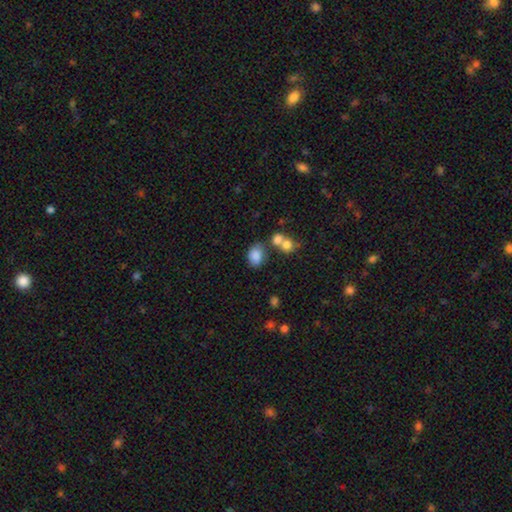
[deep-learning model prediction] smooth-or-featured: smooth: 83% | star or artifact: 9% | featured or disk: 8%
  how-rounded: in between: 73% | round: 26% | cigar-shaped: 1%
  merging: none: 53% | merger: 24% | minor disturbance: 17% | major disturbance: 6%